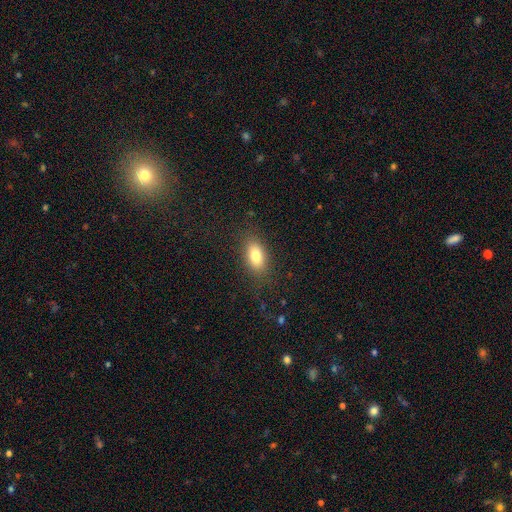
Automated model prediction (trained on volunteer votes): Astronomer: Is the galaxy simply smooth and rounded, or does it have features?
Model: smooth — 80%.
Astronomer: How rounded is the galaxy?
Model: in between — 88%.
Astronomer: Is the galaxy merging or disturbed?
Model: none — 84%.